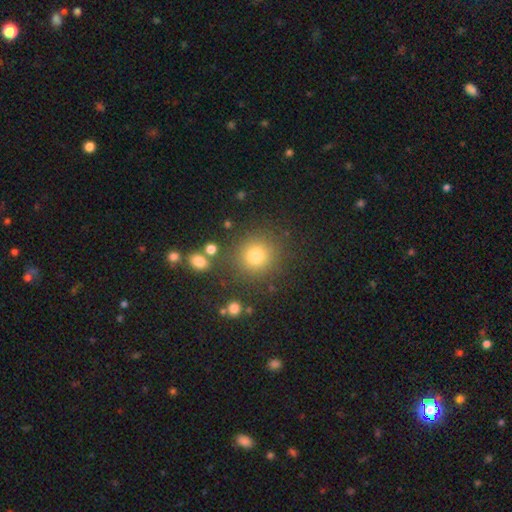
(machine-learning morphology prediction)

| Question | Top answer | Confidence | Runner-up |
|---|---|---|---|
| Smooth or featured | smooth | 78% | star or artifact (15%) |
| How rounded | round | 90% | in between (9%) |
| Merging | none | 84% | minor disturbance (8%) |